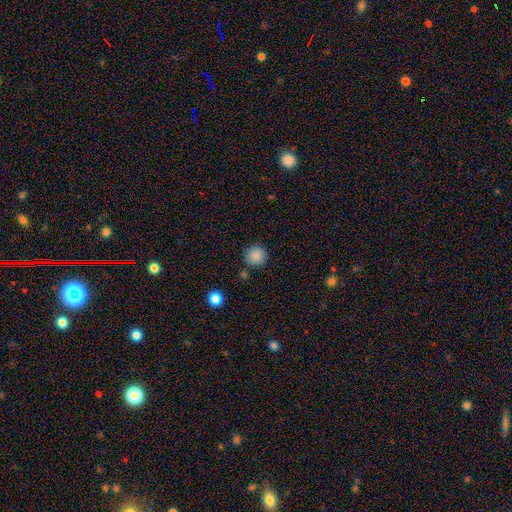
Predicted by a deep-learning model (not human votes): A smooth galaxy with no disk features (85%) that is round (92%).

Vote fractions:
- Smooth or featured? smooth: 85% / star or artifact: 11% / featured or disk: 4%
- How rounded? round: 92% / in between: 7% / cigar-shaped: 1%
- Merging? none: 82% / minor disturbance: 10% / merger: 5% / major disturbance: 3%